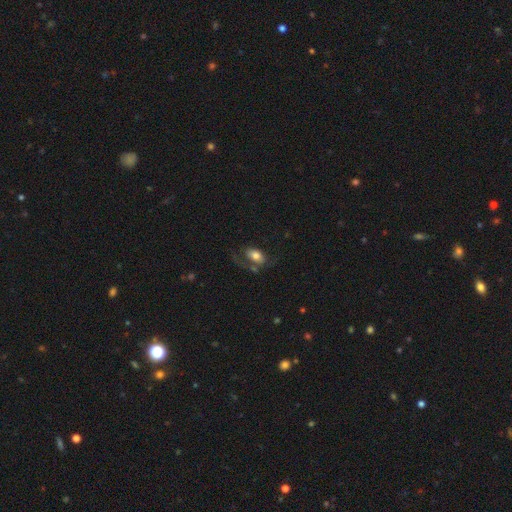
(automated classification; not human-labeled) Q: Smooth or featured?
A: smooth (68%); runner-up: featured or disk (24%)
Q: How rounded?
A: in between (89%); runner-up: round (9%)
Q: Merging?
A: none (39%); runner-up: major disturbance (31%)